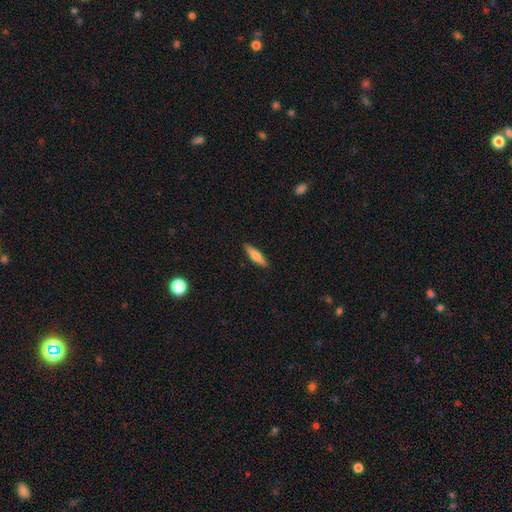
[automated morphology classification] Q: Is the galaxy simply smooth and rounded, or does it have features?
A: smooth — 70%.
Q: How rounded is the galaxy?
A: cigar-shaped — 72%.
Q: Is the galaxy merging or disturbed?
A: none — 89%.